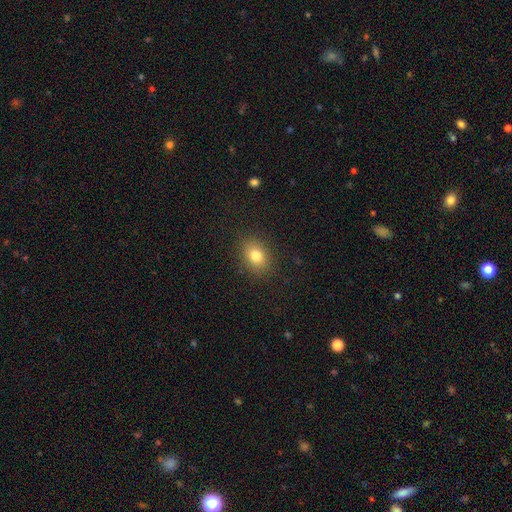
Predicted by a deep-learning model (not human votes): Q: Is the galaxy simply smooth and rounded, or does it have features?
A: smooth — 80%.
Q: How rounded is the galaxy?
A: in between — 65%.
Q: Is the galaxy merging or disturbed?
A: none — 86%.